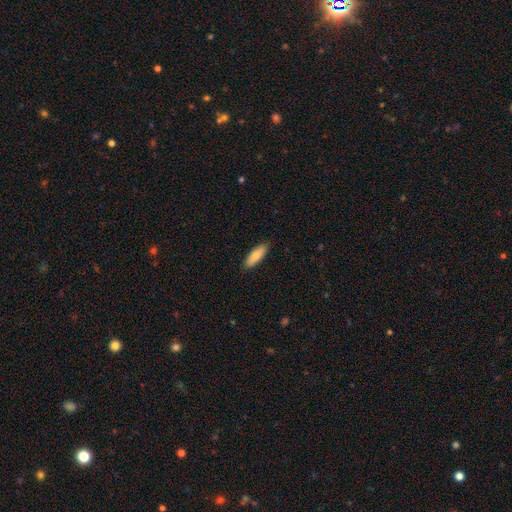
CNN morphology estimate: A smooth galaxy with no disk features (80%) that is in between round and cigar-shaped (56%).

Vote fractions:
- Smooth or featured? smooth: 80% / featured or disk: 14% / star or artifact: 6%
- How rounded? in between: 56% / cigar-shaped: 43% / round: 2%
- Merging? none: 88% / minor disturbance: 9% / major disturbance: 2% / merger: 1%